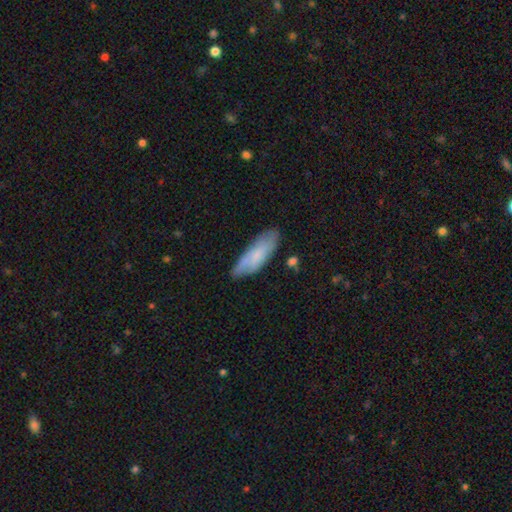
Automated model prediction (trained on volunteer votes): Smooth or featured? smooth (66%)
How rounded? in between (61%)
Merging? none (72%)